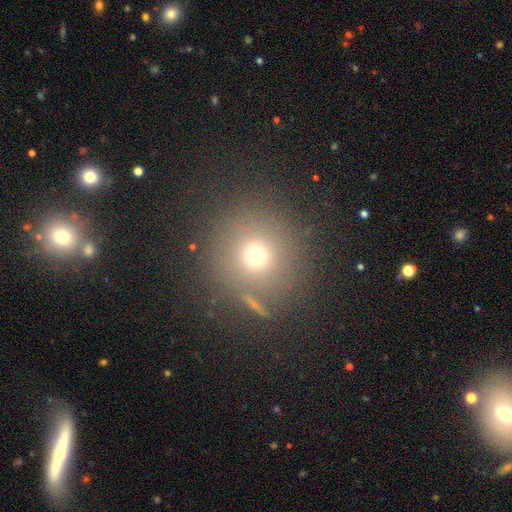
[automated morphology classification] smooth_or_featured: smooth (p=0.68) [alt: star or artifact p=0.21]
how_rounded: round (p=0.93) [alt: in between p=0.06]
merging: none (p=0.81) [alt: minor disturbance p=0.08]